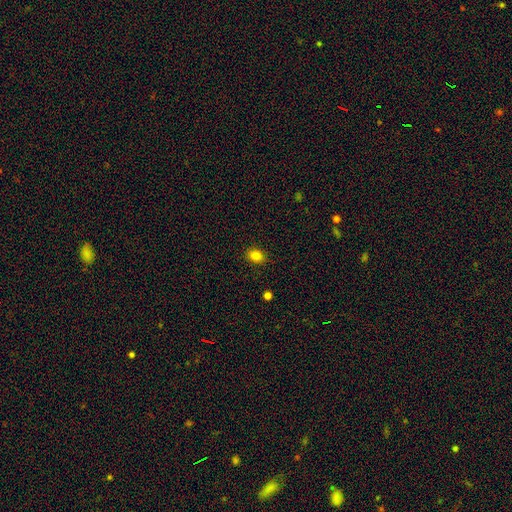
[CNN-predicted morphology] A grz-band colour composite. It shows a smooth galaxy with no disk features (84%) that is in between round and cigar-shaped (58%). Merging: none (88%).